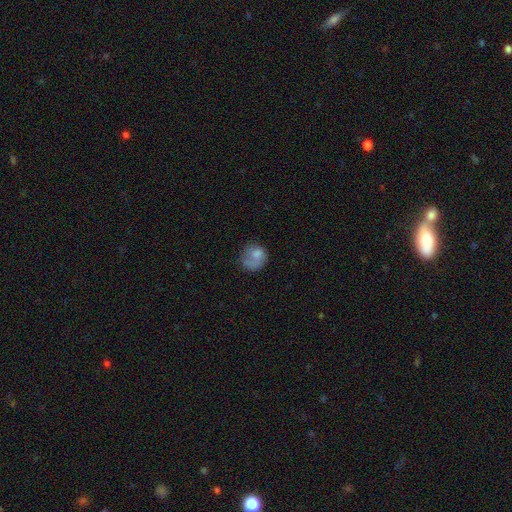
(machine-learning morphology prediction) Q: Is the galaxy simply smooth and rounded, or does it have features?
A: smooth — 69%.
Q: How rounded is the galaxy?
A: round — 72%.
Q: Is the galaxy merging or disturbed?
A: none — 42%.